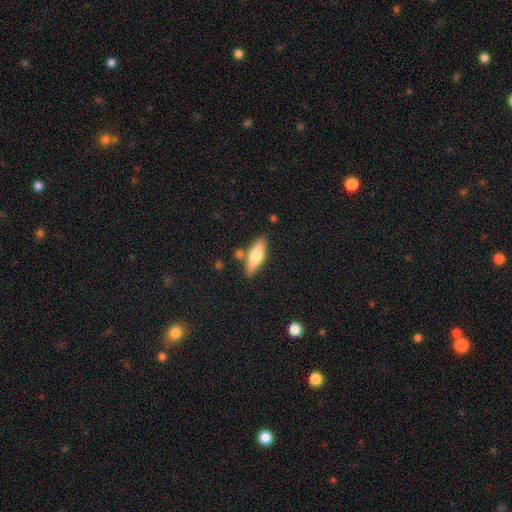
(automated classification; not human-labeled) Overall: smooth (60%; featured or disk 34%). How rounded: in between (54%; cigar-shaped 43%). Merging: none (78%).